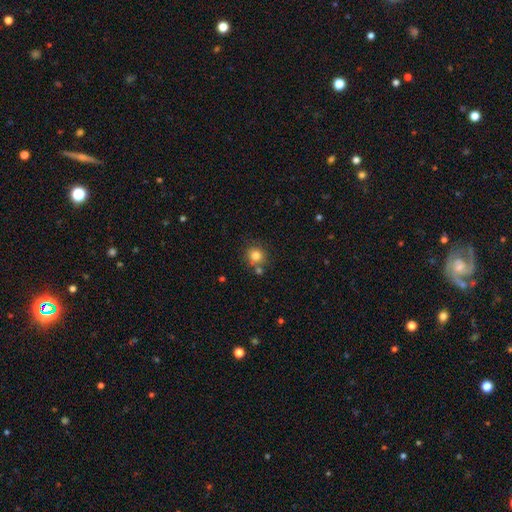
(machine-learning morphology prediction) Smooth or featured?
  - smooth: 81% *
  - star or artifact: 11%
  - featured or disk: 8%
How rounded?
  - round: 88% *
  - in between: 11%
  - cigar-shaped: 1%
Merging?
  - none: 70% *
  - merger: 15%
  - minor disturbance: 11%
  - major disturbance: 3%